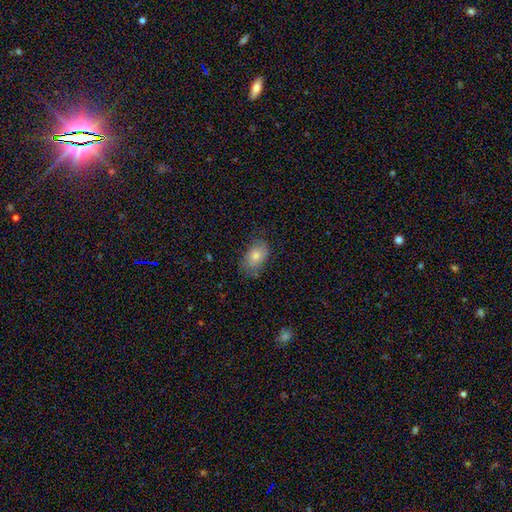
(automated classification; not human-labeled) Q: Smooth or featured?
A: smooth (73%); runner-up: featured or disk (16%)
Q: How rounded?
A: in between (83%); runner-up: round (16%)
Q: Merging?
A: none (72%); runner-up: minor disturbance (21%)